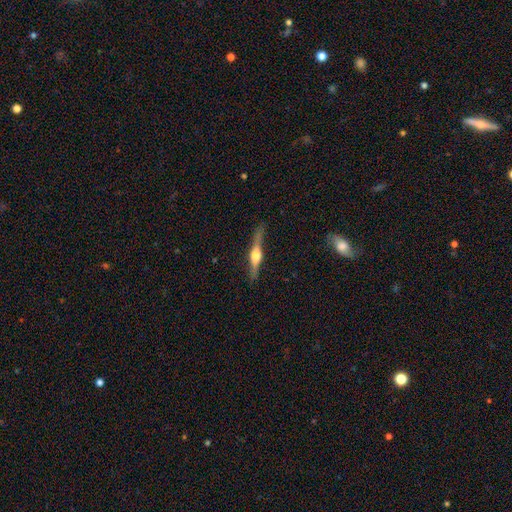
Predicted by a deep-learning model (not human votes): Smooth or featured? Predicted: featured or disk (p=0.74). Edge-on disk? Predicted: yes (p=0.97). Edge-on bulge? Predicted: rounded (p=0.93). Merging? Predicted: none (p=0.83).